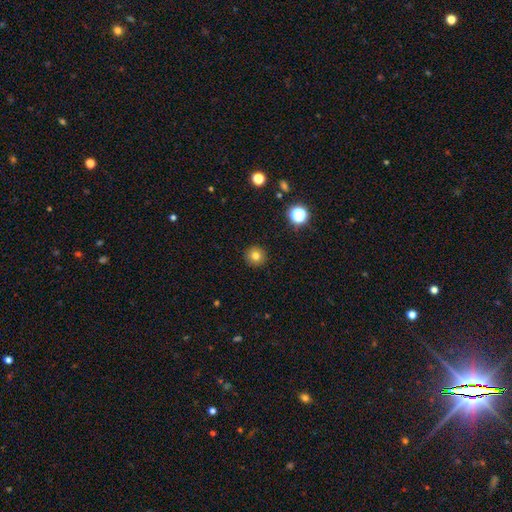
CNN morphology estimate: Q: Smooth or featured?
A: smooth (78%); runner-up: star or artifact (14%)
Q: How rounded?
A: round (95%); runner-up: in between (4%)
Q: Merging?
A: none (92%); runner-up: minor disturbance (5%)